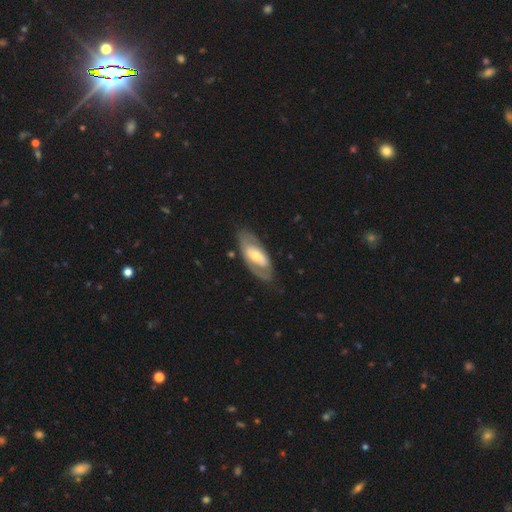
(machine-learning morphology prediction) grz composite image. It shows a featured or disk galaxy (64%) with no bar (49%), no spiral arms (51%) and a moderate central bulge (53%). Merging: none (71%).